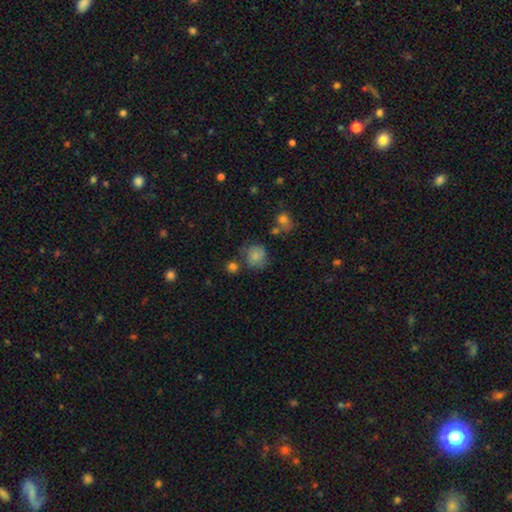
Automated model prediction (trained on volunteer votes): Smooth or featured? Predicted: smooth (p=0.80). How rounded? Predicted: round (p=0.85). Merging? Predicted: none (p=0.64).